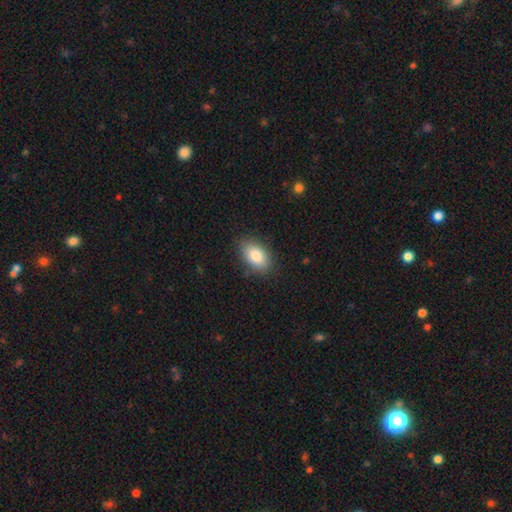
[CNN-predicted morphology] This appears to be a smooth galaxy with no disk features (83%) that is in between round and cigar-shaped (90%). Merging: none (83%).